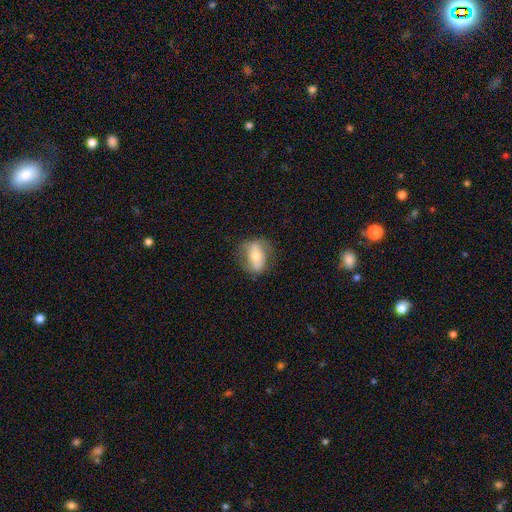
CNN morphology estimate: Overall: featured or disk (47%; smooth 45%). Merging: none (73%).